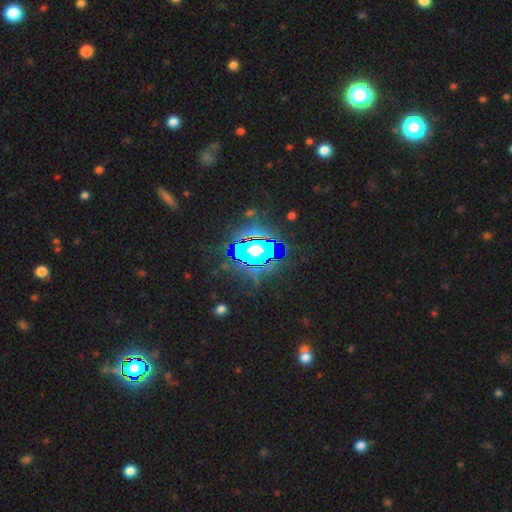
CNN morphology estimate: type=star or artifact (56%).